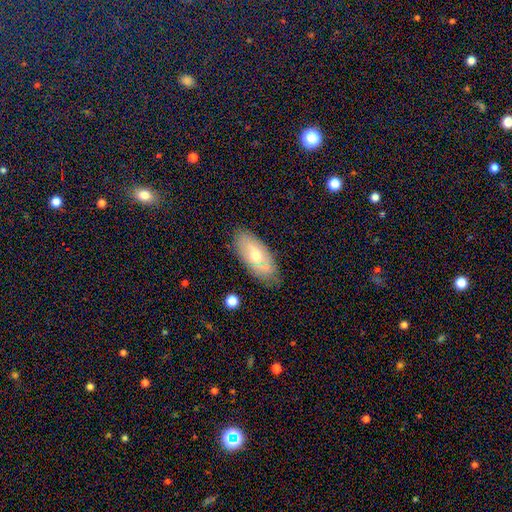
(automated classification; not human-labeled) A smooth galaxy with no disk features (58%) that is in between round and cigar-shaped (88%).

Vote fractions:
- Smooth or featured? smooth: 58% / featured or disk: 33% / star or artifact: 9%
- How rounded? in between: 88% / cigar-shaped: 9% / round: 4%
- Merging? none: 78% / minor disturbance: 15% / major disturbance: 4% / merger: 4%